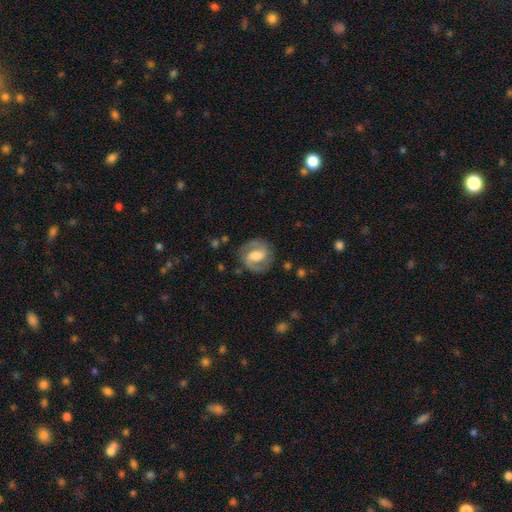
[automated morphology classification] Smooth or featured? featured or disk (78%)
Edge-on disk? no (98%)
Bar? weak (47%)
Spiral arms? yes (92%)
Spiral winding? medium (53%)
Spiral arm count? 2 (90%)
Bulge size? moderate (55%)
Merging? none (82%)